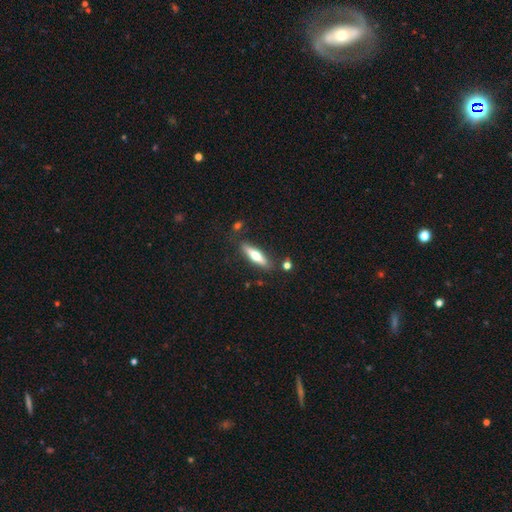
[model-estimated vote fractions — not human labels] Smooth or featured? smooth (47%, tied with featured or disk)
Merging? none (84%)